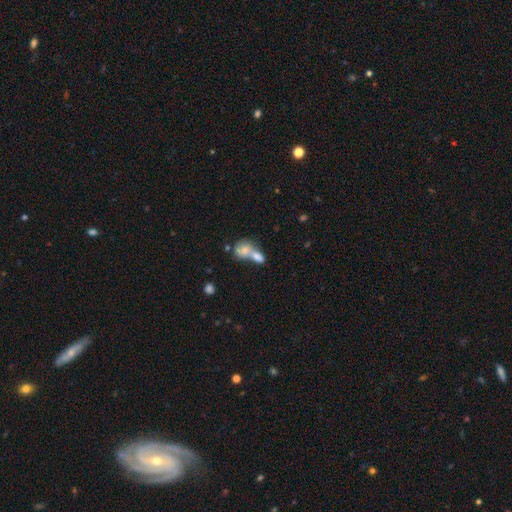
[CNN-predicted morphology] Smooth or featured? smooth (75%)
How rounded? in between (72%)
Merging? merger (71%)